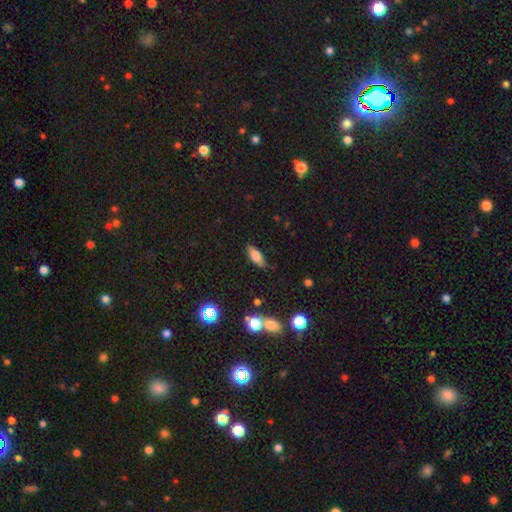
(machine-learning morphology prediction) type=smooth (74%); roundness=in between (74%); merging=none (76%).